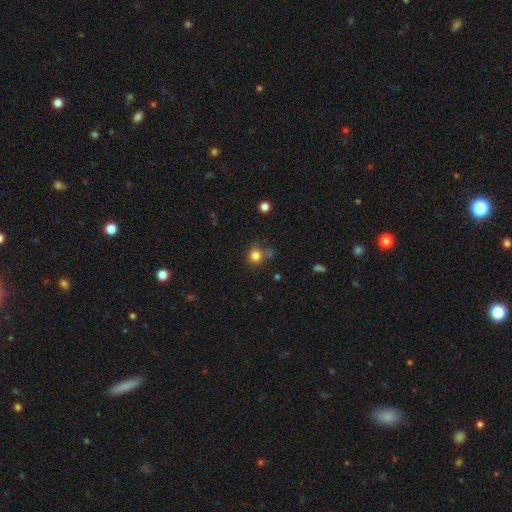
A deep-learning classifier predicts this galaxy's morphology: This is clearly a smooth galaxy (81%). How rounded: clearly round (84%). Merging: likely none (64%).